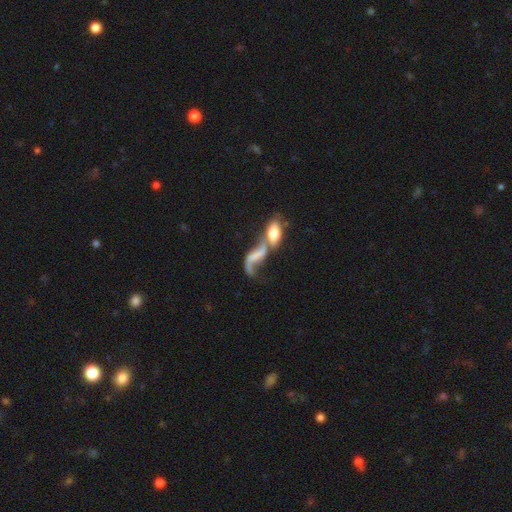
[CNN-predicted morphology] This is likely a featured or disk galaxy (66%). It is clearly not viewed edge-on (91%). Bar: possibly no (49%). Spiral arm pattern: likely yes (80%). Central bulge: possibly none (53%). Merging: possibly merger (58%).